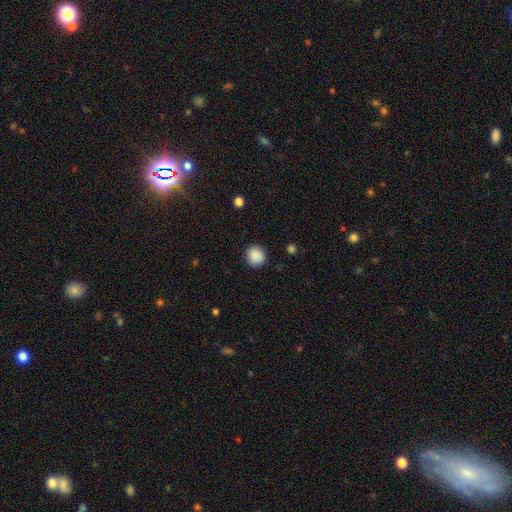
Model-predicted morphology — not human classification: Smooth or featured? Predicted: smooth (p=0.89). How rounded? Predicted: round (p=0.87). Merging? Predicted: none (p=0.89).